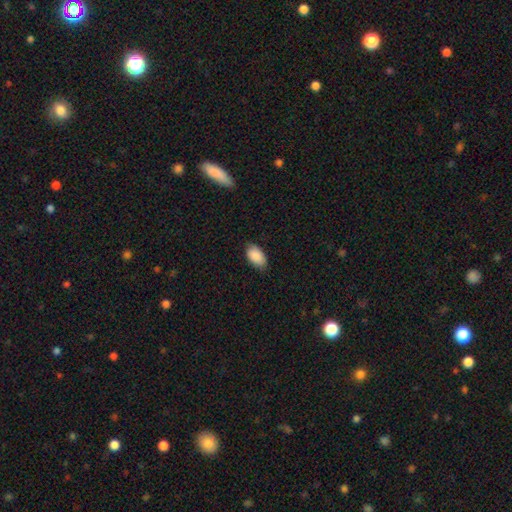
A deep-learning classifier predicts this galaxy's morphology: type=smooth (89%); roundness=in between (94%); merging=none (79%).